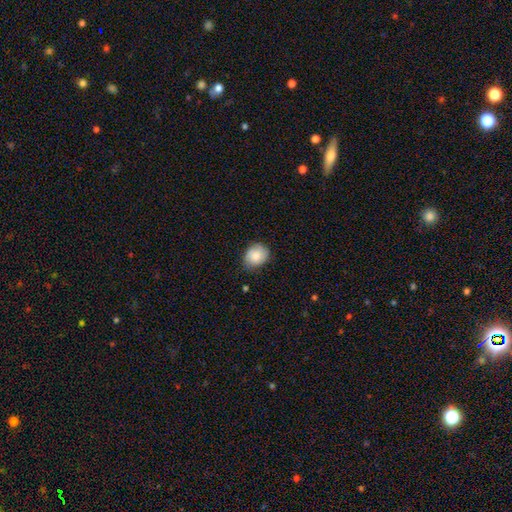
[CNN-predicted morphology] Smooth or featured?
  - smooth: 82% *
  - featured or disk: 10%
  - star or artifact: 8%
How rounded?
  - round: 61% *
  - in between: 38%
  - cigar-shaped: 1%
Merging?
  - none: 73% *
  - minor disturbance: 22%
  - major disturbance: 4%
  - merger: 1%